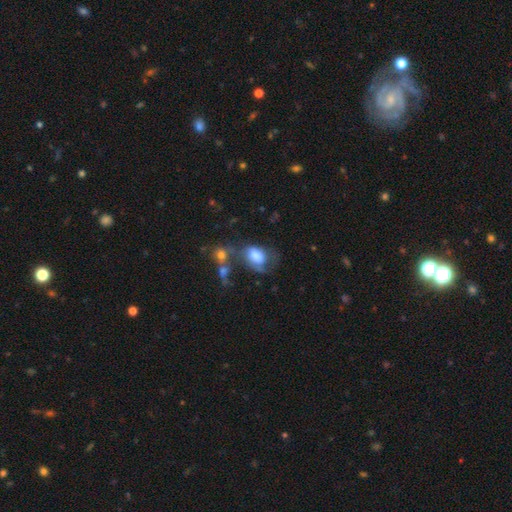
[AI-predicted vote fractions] Smooth or featured? Predicted: smooth (p=0.62). How rounded? Predicted: in between (p=0.77). Merging? Predicted: major disturbance (p=0.32).